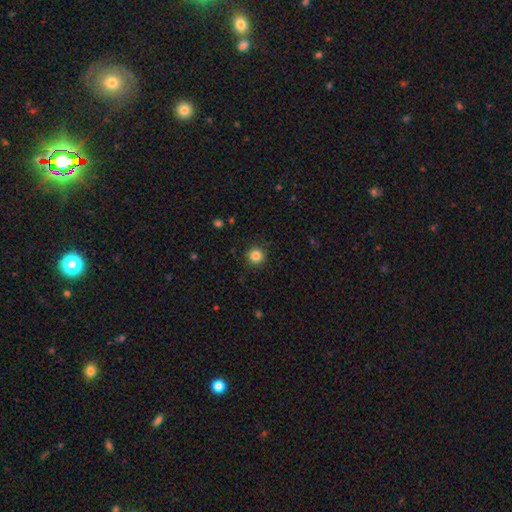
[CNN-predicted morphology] Smooth or featured: smooth — 85% (star or artifact — 11%)
How rounded: round — 94% (in between — 5%)
Merging: none — 91% (minor disturbance — 6%)